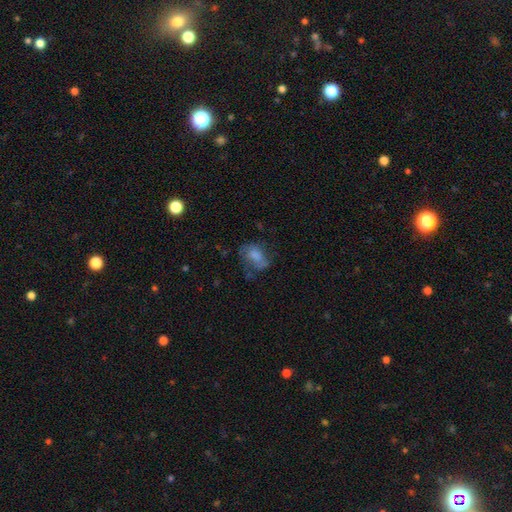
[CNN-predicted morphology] A smooth galaxy with no disk features (58%) that is in between round and cigar-shaped (70%).

Vote fractions:
- Smooth or featured? smooth: 58% / featured or disk: 31% / star or artifact: 11%
- How rounded? in between: 70% / round: 28% / cigar-shaped: 2%
- Merging? none: 39% / major disturbance: 31% / minor disturbance: 26% / merger: 4%